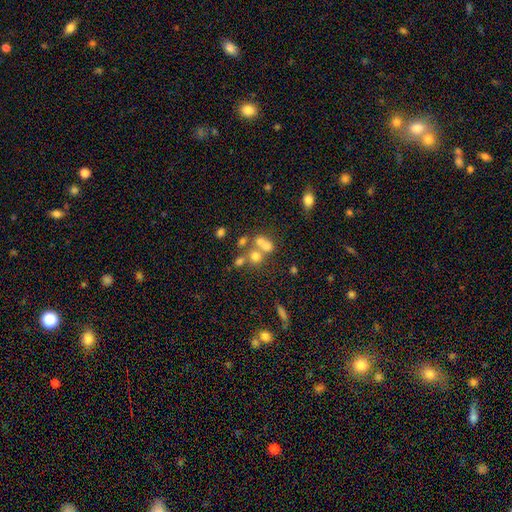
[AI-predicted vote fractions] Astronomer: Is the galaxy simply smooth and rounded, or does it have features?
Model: smooth — 52%.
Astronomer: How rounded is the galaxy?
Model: round — 64%.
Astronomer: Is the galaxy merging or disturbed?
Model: merger — 51% (runner-up: none, 34%).